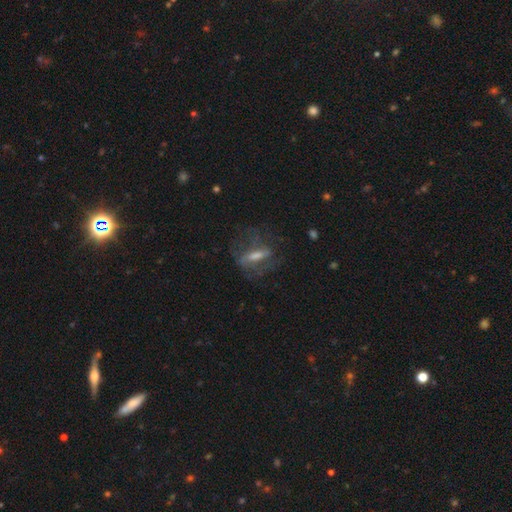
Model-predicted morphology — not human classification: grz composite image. It shows a featured or disk galaxy (57%). Merging: none (60%).